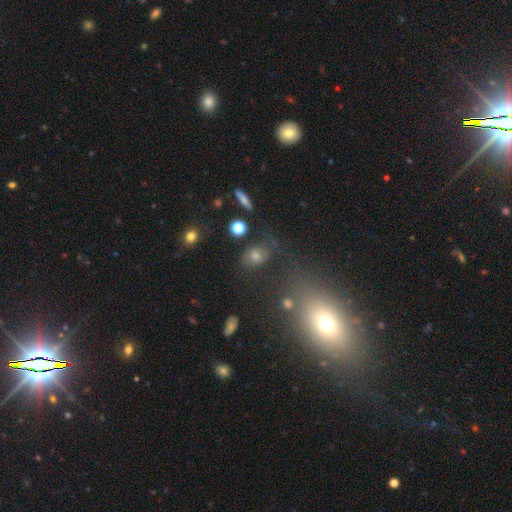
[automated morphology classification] Smooth or featured? Predicted: smooth (p=0.62). How rounded? Predicted: in between (p=0.61). Merging? Predicted: none (p=0.60).